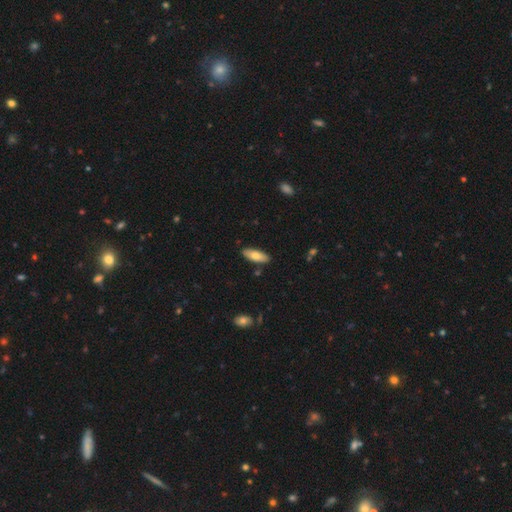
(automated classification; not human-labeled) Q: Smooth or featured?
A: smooth (76%); runner-up: featured or disk (18%)
Q: How rounded?
A: in between (70%); runner-up: cigar-shaped (29%)
Q: Merging?
A: none (87%); runner-up: minor disturbance (10%)